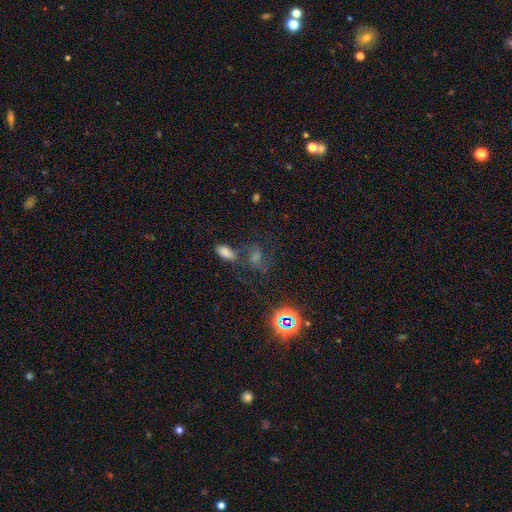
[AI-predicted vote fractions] A smooth galaxy with no disk features (44%). Merging: none (50%).